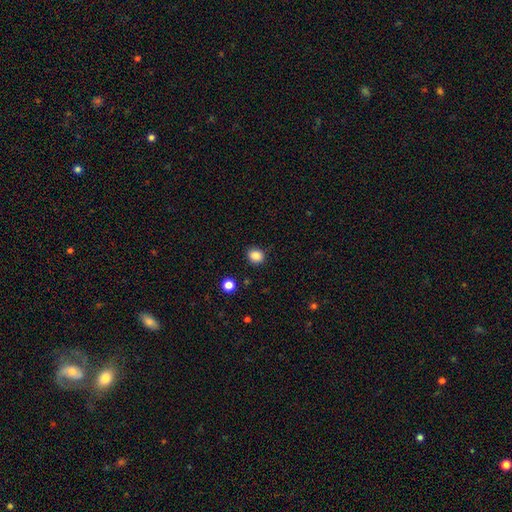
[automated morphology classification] The model was most divided on "how rounded": round: 72%, in between: 27%, cigar-shaped: 1%. More confident: smooth or featured — smooth (86%); merging — none (86%).